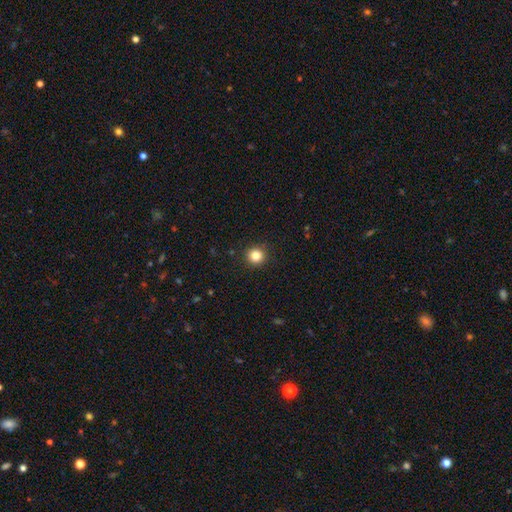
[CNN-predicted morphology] Smooth or featured?
  - smooth: 84% *
  - star or artifact: 12%
  - featured or disk: 5%
How rounded?
  - round: 94% *
  - in between: 5%
  - cigar-shaped: 1%
Merging?
  - none: 92% *
  - minor disturbance: 5%
  - major disturbance: 2%
  - merger: 1%